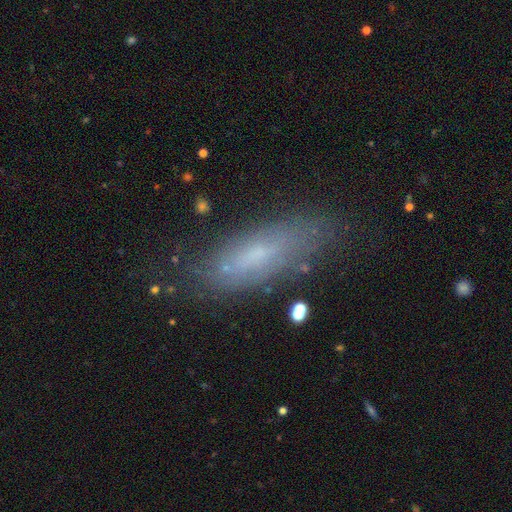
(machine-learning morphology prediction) Smooth or featured? smooth (49%)
Merging? none (73%)